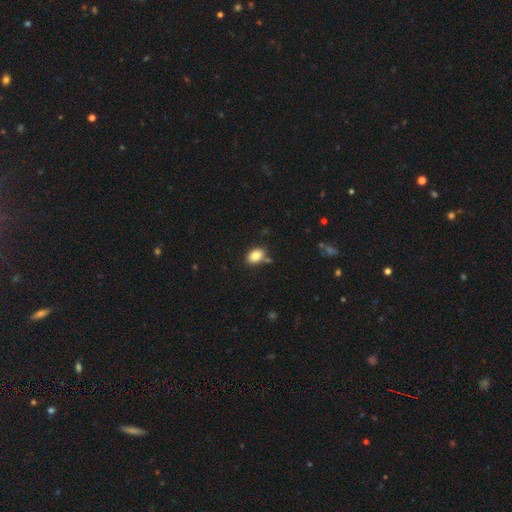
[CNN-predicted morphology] This appears to be a smooth galaxy with no disk features (84%) that is in between round and cigar-shaped (82%). Merging: none (75%).